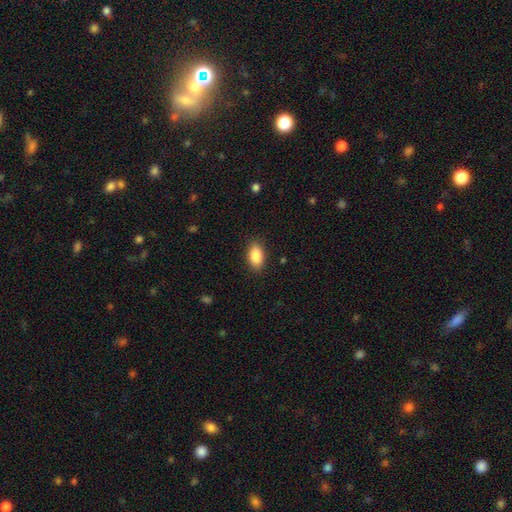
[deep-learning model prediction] smooth-or-featured: smooth: 89% | star or artifact: 7% | featured or disk: 4%
  how-rounded: in between: 92% | round: 6% | cigar-shaped: 3%
  merging: none: 87% | minor disturbance: 10% | major disturbance: 3% | merger: 1%